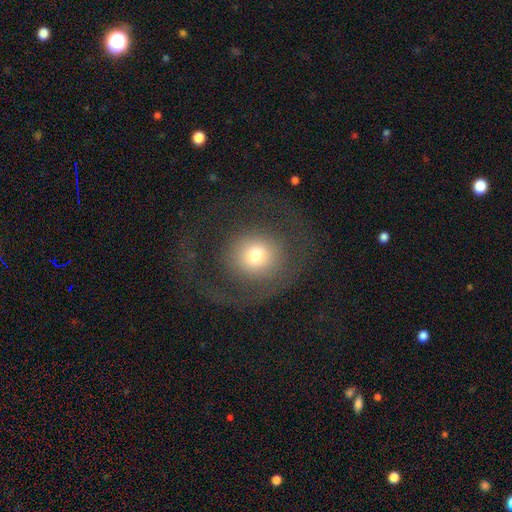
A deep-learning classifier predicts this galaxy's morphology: Smooth or featured: smooth — 56% (featured or disk — 32%)
How rounded: round — 89% (in between — 10%)
Merging: none — 54% (major disturbance — 32%)